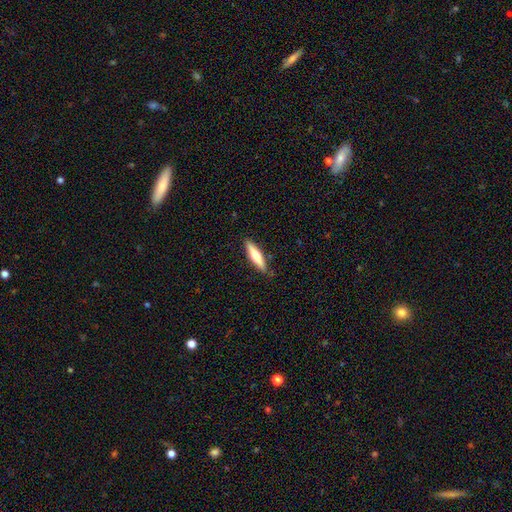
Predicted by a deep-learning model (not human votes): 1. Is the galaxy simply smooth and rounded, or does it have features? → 55% smooth, 39% featured or disk, 6% star or artifact.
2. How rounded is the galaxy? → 75% cigar-shaped, 24% in between, 2% round.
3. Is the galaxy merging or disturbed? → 86% none, 10% minor disturbance, 2% major disturbance, 1% merger.